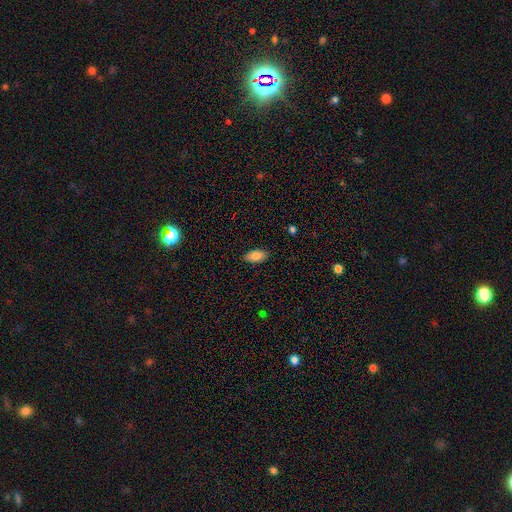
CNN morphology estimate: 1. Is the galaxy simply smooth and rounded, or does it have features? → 84% smooth, 9% featured or disk, 7% star or artifact.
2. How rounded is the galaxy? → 92% in between, 5% cigar-shaped, 3% round.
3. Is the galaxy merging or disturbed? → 87% none, 10% minor disturbance, 2% major disturbance, 1% merger.